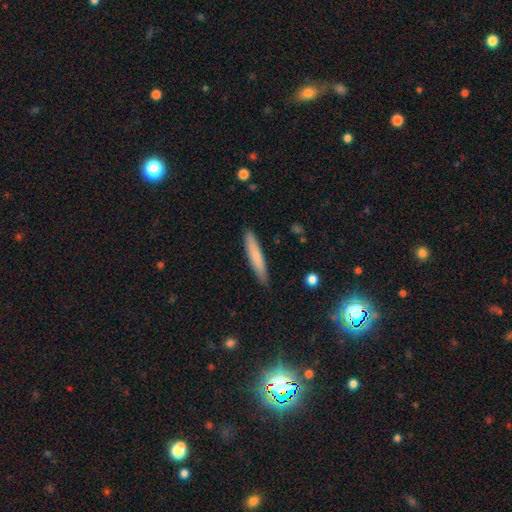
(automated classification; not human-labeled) Smooth or featured: smooth — 74% (featured or disk — 20%)
How rounded: cigar-shaped — 93% (in between — 6%)
Merging: none — 88% (minor disturbance — 9%)